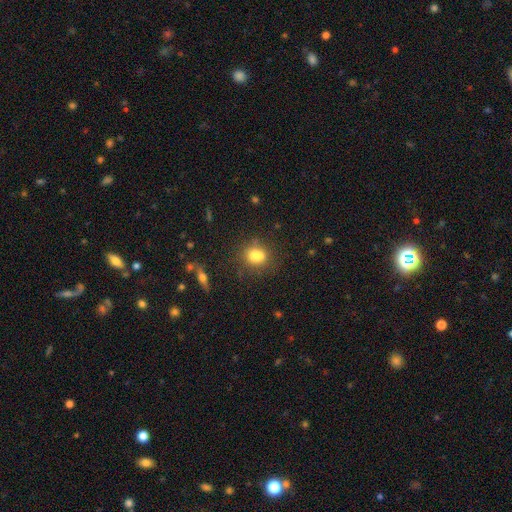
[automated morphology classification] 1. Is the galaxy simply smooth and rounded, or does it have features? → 72% smooth, 16% featured or disk, 12% star or artifact.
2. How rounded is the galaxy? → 68% round, 31% in between, 1% cigar-shaped.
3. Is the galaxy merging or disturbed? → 49% none, 31% merger, 14% minor disturbance, 5% major disturbance.